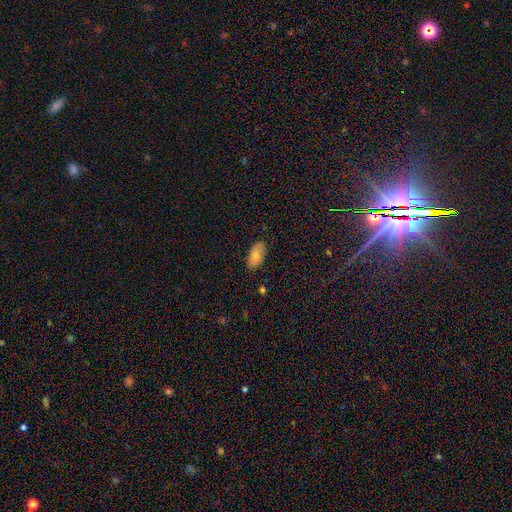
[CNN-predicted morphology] Smooth or featured: smooth — 77% (featured or disk — 16%)
How rounded: in between — 93% (cigar-shaped — 4%)
Merging: none — 83% (minor disturbance — 14%)